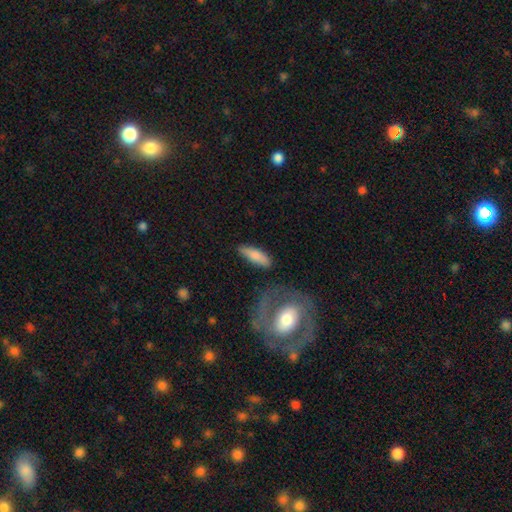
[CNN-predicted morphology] smooth-or-featured: smooth: 77% | featured or disk: 18% | star or artifact: 5%
  how-rounded: cigar-shaped: 55% | in between: 43% | round: 2%
  merging: none: 77% | minor disturbance: 14% | merger: 5% | major disturbance: 4%